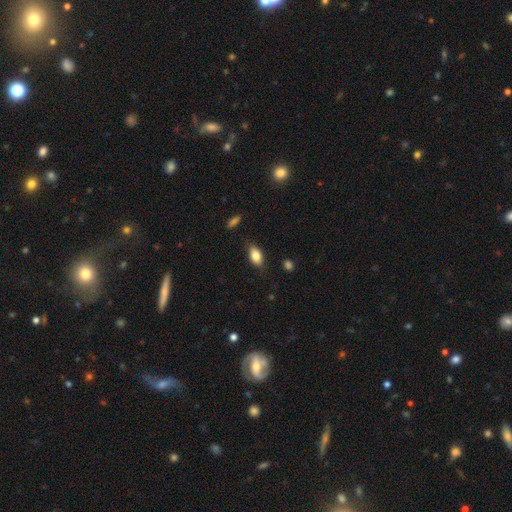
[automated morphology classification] A smooth galaxy with no disk features (82%) that is in between round and cigar-shaped (89%). Merging: none (81%).